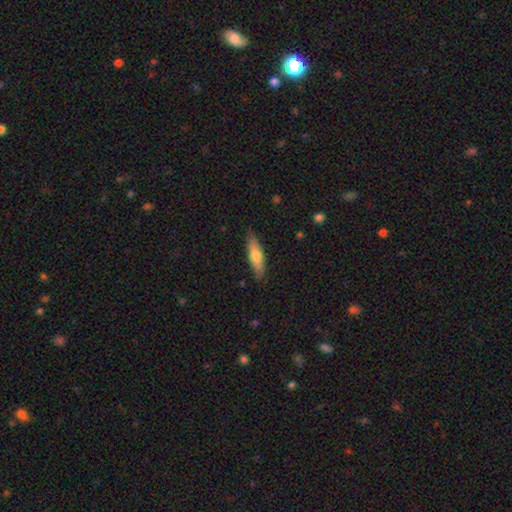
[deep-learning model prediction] Smooth or featured: smooth — 65% (featured or disk — 29%)
How rounded: cigar-shaped — 70% (in between — 28%)
Merging: none — 86% (minor disturbance — 11%)